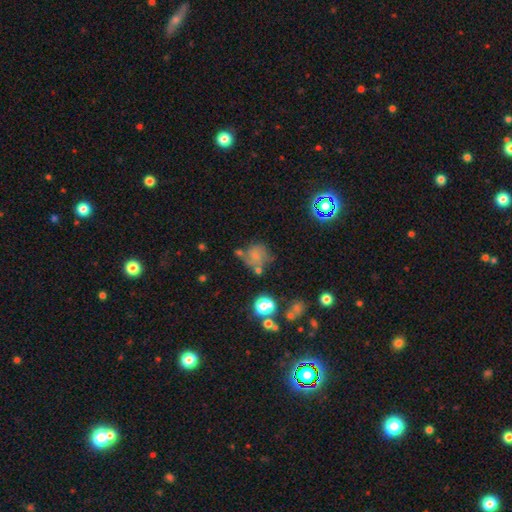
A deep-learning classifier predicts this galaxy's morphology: type=smooth (54%); roundness=round (76%); merging=none (48%).